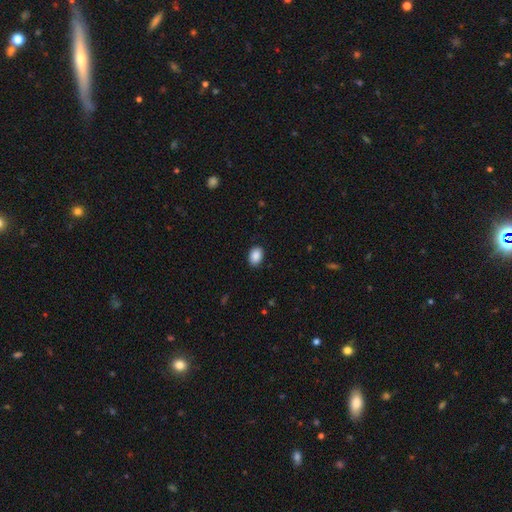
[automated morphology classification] Smooth or featured: smooth — 89% (star or artifact — 7%)
How rounded: in between — 79% (round — 20%)
Merging: none — 88% (minor disturbance — 9%)